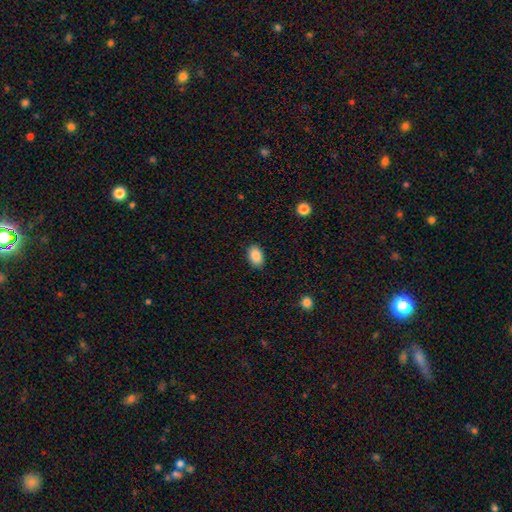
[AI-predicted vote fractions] This is clearly a smooth galaxy (89%). How rounded: clearly in between (89%). Merging: clearly none (87%).